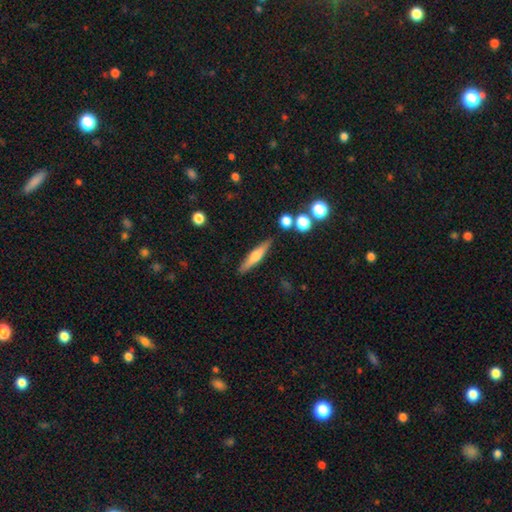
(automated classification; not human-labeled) Q: Smooth or featured?
A: smooth (48%); runner-up: featured or disk (45%)
Q: Merging?
A: none (86%); runner-up: minor disturbance (9%)